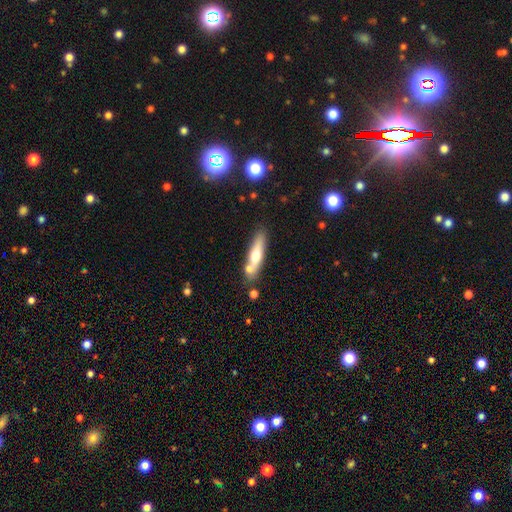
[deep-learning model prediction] smooth 56%, featured or disk 38%, star or artifact 6%. Down the decision tree: how rounded — cigar-shaped (74%); merging — none (65%).